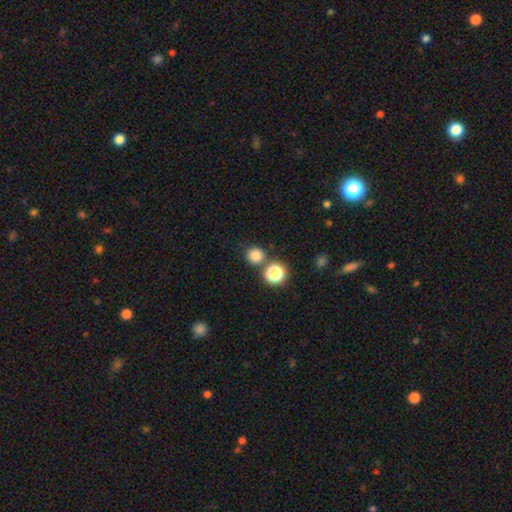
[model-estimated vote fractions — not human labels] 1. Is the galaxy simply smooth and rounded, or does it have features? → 79% smooth, 16% star or artifact, 5% featured or disk.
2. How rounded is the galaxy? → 92% round, 7% in between, 1% cigar-shaped.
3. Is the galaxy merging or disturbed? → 75% none, 15% merger, 7% minor disturbance, 3% major disturbance.